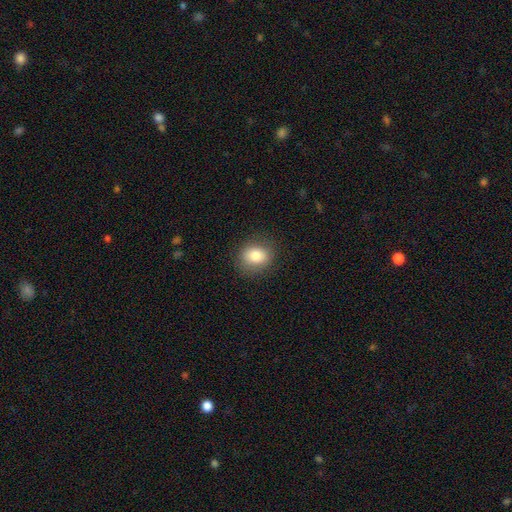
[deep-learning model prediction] Overall: smooth (81%). How rounded: round (68%; in between 31%). Merging: none (85%).